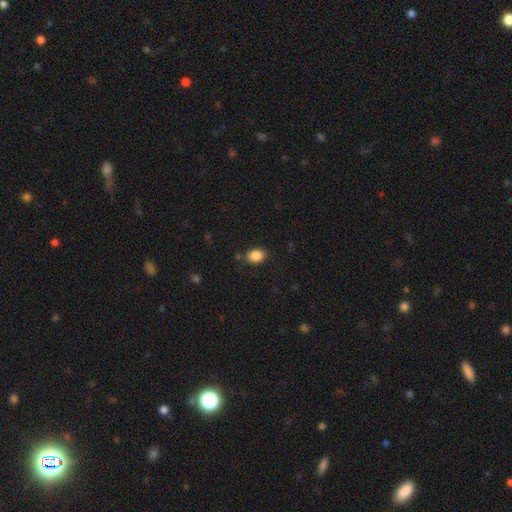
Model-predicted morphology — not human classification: Smooth or featured?
  - smooth: 86% *
  - star or artifact: 9%
  - featured or disk: 5%
How rounded?
  - in between: 67% *
  - round: 32%
  - cigar-shaped: 1%
Merging?
  - none: 83% *
  - minor disturbance: 12%
  - major disturbance: 3%
  - merger: 3%